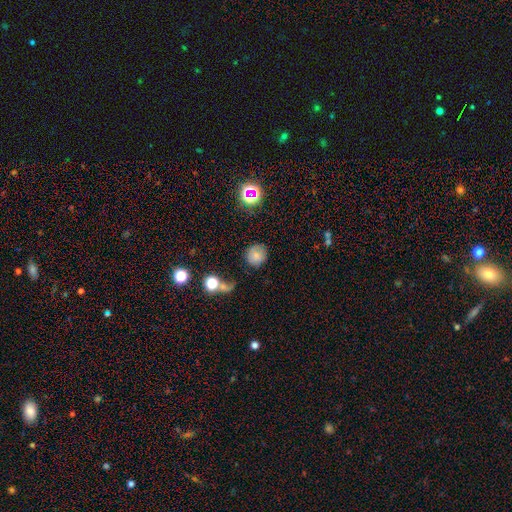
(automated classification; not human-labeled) smooth-or-featured: smooth: 71% | featured or disk: 15% | star or artifact: 14%
  how-rounded: round: 88% | in between: 11% | cigar-shaped: 1%
  merging: none: 67% | minor disturbance: 19% | major disturbance: 9% | merger: 5%